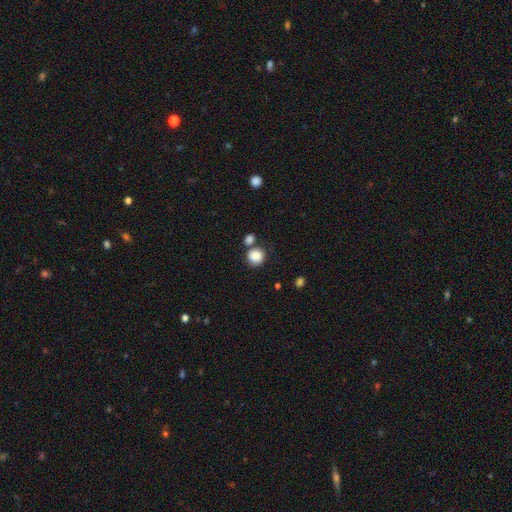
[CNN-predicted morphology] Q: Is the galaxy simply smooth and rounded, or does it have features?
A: smooth — 86%.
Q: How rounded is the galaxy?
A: round — 88%.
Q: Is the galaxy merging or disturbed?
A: none — 64%.